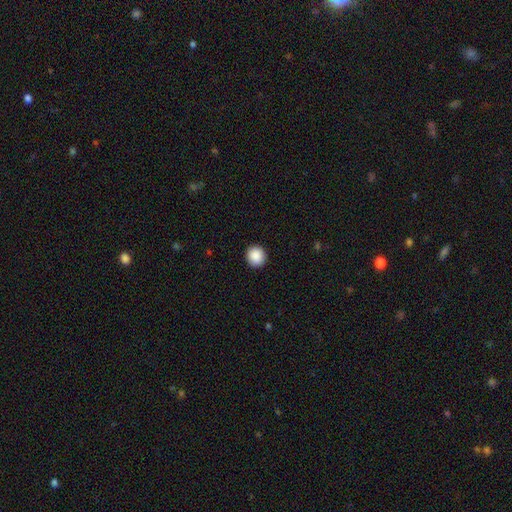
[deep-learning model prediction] This is clearly a smooth galaxy (90%). How rounded: clearly round (93%). Merging: clearly none (93%).